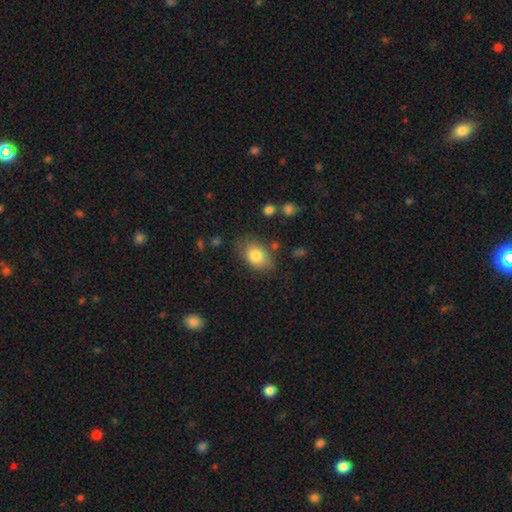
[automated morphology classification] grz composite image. It shows a smooth galaxy with no disk features (82%) that is in between round and cigar-shaped (80%). Merging: none (71%).